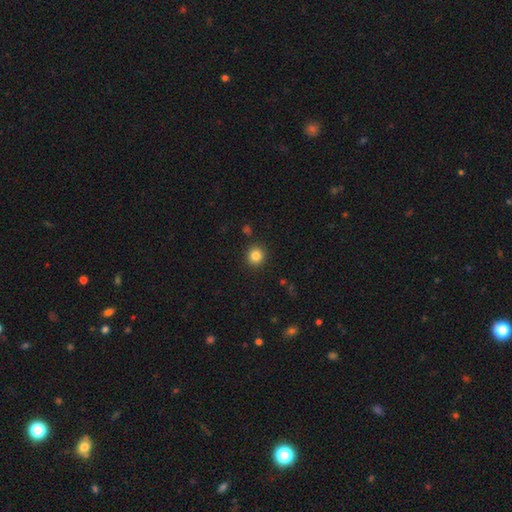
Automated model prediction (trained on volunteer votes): Smooth or featured? smooth (84%)
How rounded? round (90%)
Merging? none (90%)